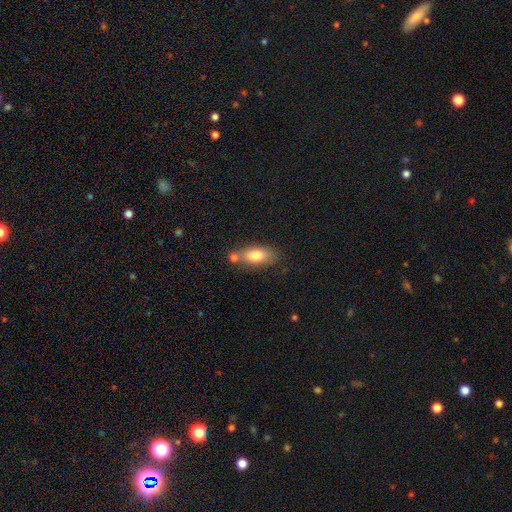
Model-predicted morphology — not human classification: This is likely a smooth galaxy (78%). How rounded: clearly in between (83%). Merging: likely none (61%).